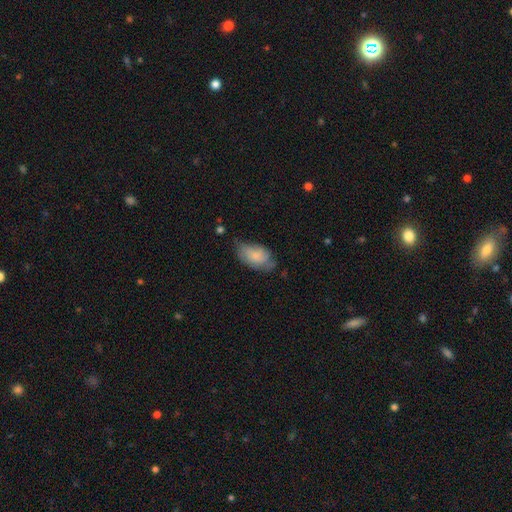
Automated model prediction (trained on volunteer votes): A smooth galaxy with no disk features (69%) that is in between round and cigar-shaped (92%). Merging: none (45%).